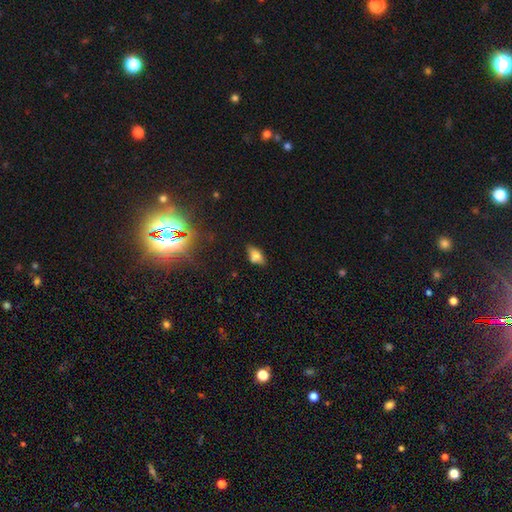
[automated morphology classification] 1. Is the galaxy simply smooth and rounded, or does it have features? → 66% smooth, 22% featured or disk, 12% star or artifact.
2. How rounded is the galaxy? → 85% in between, 9% cigar-shaped, 6% round.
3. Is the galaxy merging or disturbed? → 60% none, 25% minor disturbance, 8% merger, 7% major disturbance.